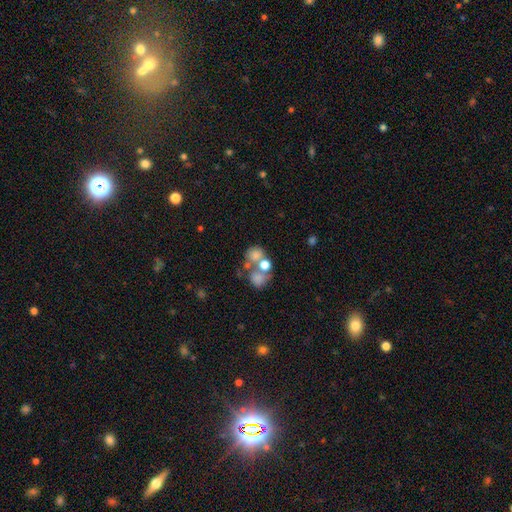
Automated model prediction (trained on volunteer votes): smooth-or-featured: smooth: 65% | featured or disk: 20% | star or artifact: 15%
  how-rounded: round: 66% | in between: 33% | cigar-shaped: 1%
  merging: merger: 53% | none: 28% | major disturbance: 10% | minor disturbance: 9%